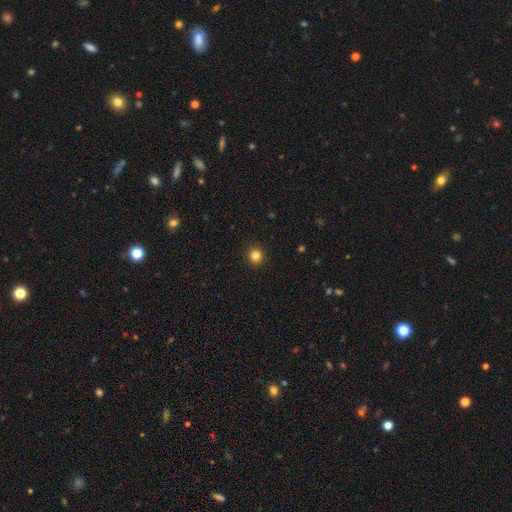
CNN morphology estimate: smooth-or-featured: smooth: 83% | star or artifact: 12% | featured or disk: 4%
  how-rounded: round: 90% | in between: 9% | cigar-shaped: 1%
  merging: none: 92% | minor disturbance: 5% | major disturbance: 2% | merger: 1%